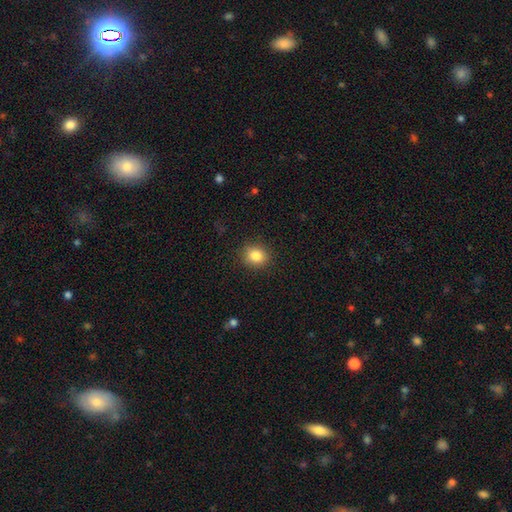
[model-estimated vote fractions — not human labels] The model was most divided on "how rounded": round: 75%, in between: 24%, cigar-shaped: 1%. More confident: merging — none (89%); smooth or featured — smooth (84%).